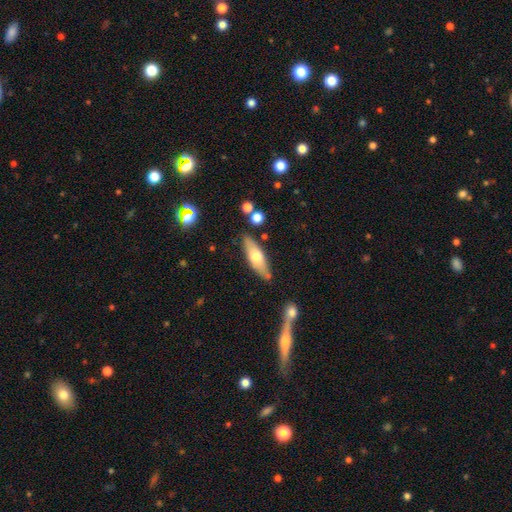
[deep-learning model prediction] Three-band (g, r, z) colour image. It shows a smooth galaxy with no disk features (56%) that is cigar-shaped (52%). Merging: none (79%).